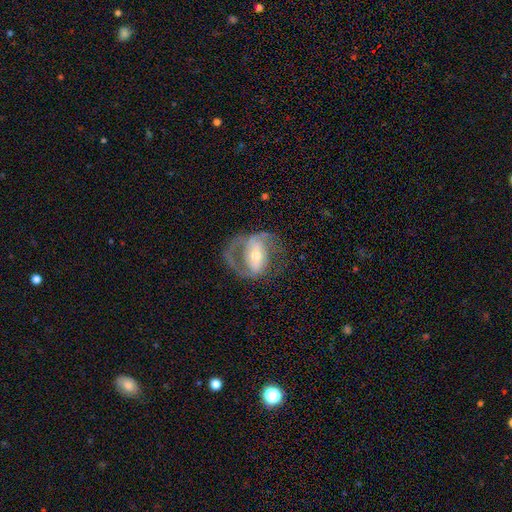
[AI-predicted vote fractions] The model was most divided on "bar": strong: 43%, weak: 34%, no: 23%. Remaining: edge-on disk — no (95%); spiral arms — yes (83%); smooth or featured — featured or disk (80%); spiral arm count — 2 (71%); bulge size — moderate (55%); merging — none (52%); spiral winding — medium (50%).